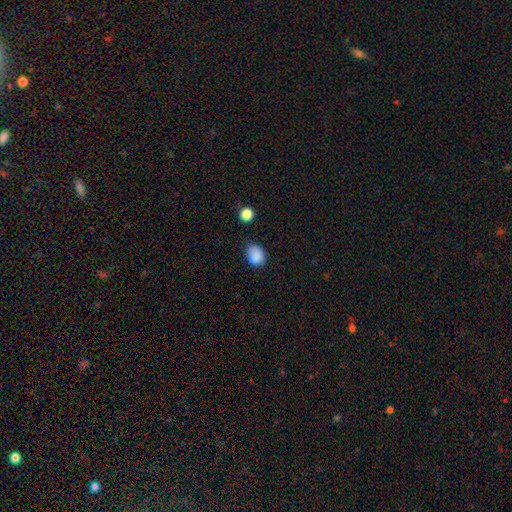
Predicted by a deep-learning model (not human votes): Smooth or featured? smooth (87%)
How rounded? in between (64%)
Merging? none (69%)